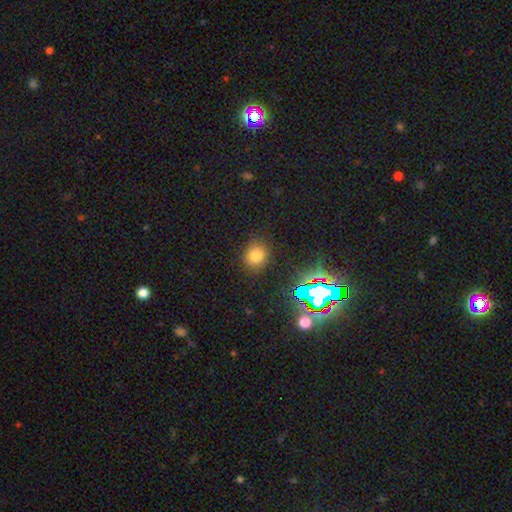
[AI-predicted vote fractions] Smooth or featured?
  - smooth: 74% *
  - star or artifact: 19%
  - featured or disk: 7%
How rounded?
  - round: 75% *
  - in between: 24%
  - cigar-shaped: 1%
Merging?
  - none: 87% *
  - minor disturbance: 9%
  - major disturbance: 3%
  - merger: 2%